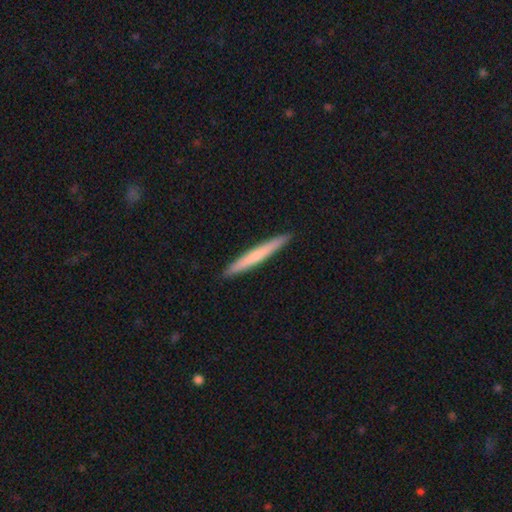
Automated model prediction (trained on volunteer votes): The model was most divided on "smooth or featured": smooth: 63%, featured or disk: 32%, star or artifact: 5%. More confident: how rounded — cigar-shaped (97%); merging — none (93%).